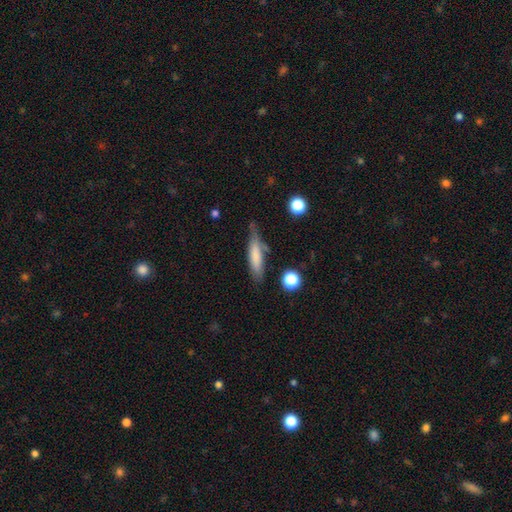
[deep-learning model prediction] Overall: smooth (73%). How rounded: cigar-shaped (71%). Merging: none (62%; minor disturbance 25%).